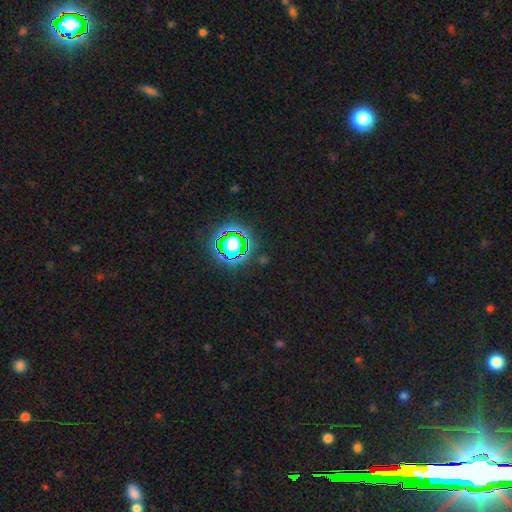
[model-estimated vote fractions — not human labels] smooth_or_featured: star or artifact (p=0.81) [alt: smooth p=0.12]